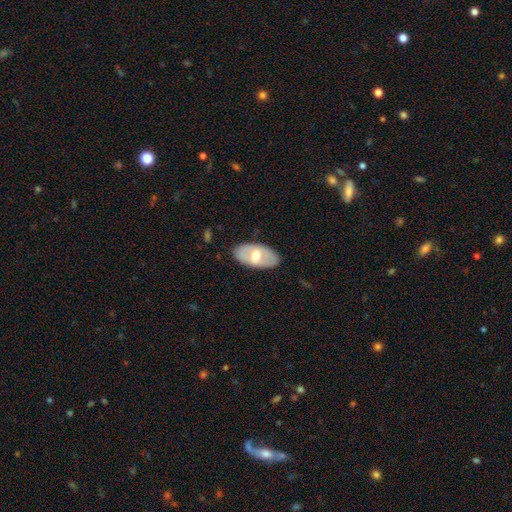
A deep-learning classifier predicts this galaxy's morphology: Smooth or featured? Predicted: smooth (p=0.47, tied with featured or disk). Merging? Predicted: none (p=0.84).